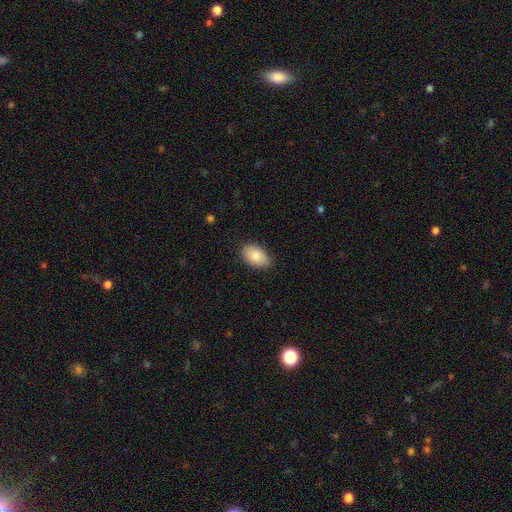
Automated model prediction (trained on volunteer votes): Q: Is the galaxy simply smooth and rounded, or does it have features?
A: smooth — 86%.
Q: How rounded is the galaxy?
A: in between — 91%.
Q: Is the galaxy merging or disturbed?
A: none — 85%.